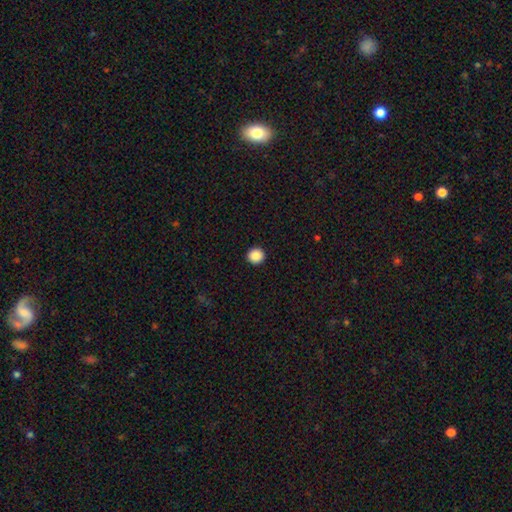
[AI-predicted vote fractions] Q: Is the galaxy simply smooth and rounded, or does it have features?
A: smooth — 87%.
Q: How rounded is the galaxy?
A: round — 95%.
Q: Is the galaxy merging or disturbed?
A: none — 94%.